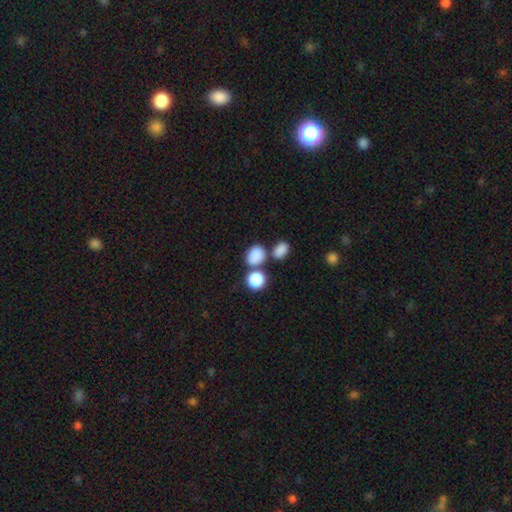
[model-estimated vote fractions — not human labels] smooth_or_featured: smooth (p=0.84) [alt: star or artifact p=0.10]
how_rounded: in between (p=0.57) [alt: round p=0.42]
merging: none (p=0.54) [alt: merger p=0.30]